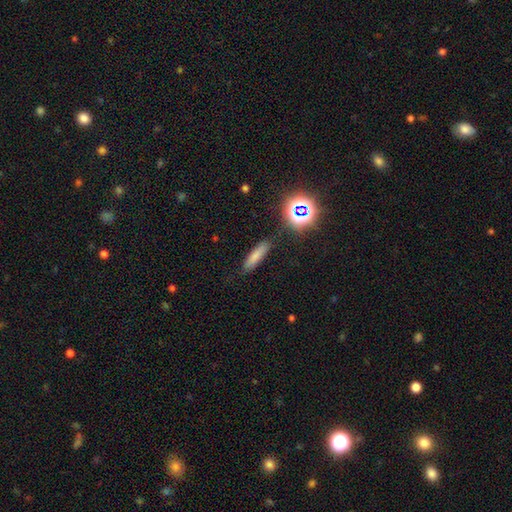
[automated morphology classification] Q: Smooth or featured?
A: smooth (74%); runner-up: star or artifact (15%)
Q: How rounded?
A: cigar-shaped (76%); runner-up: in between (21%)
Q: Merging?
A: none (85%); runner-up: minor disturbance (10%)